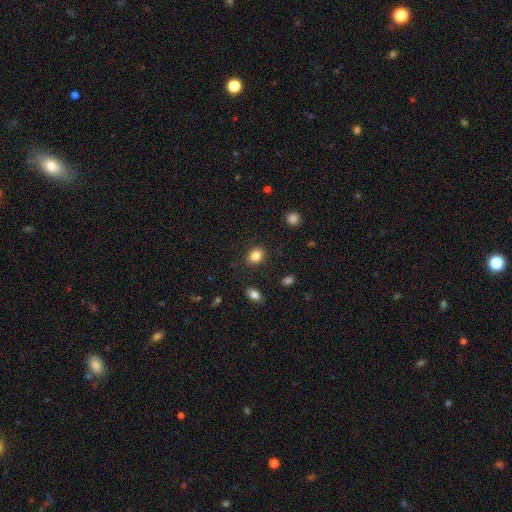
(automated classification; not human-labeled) Smooth or featured?
  - smooth: 84% *
  - star or artifact: 10%
  - featured or disk: 6%
How rounded?
  - in between: 53% *
  - round: 46%
  - cigar-shaped: 1%
Merging?
  - none: 86% *
  - minor disturbance: 10%
  - major disturbance: 3%
  - merger: 2%